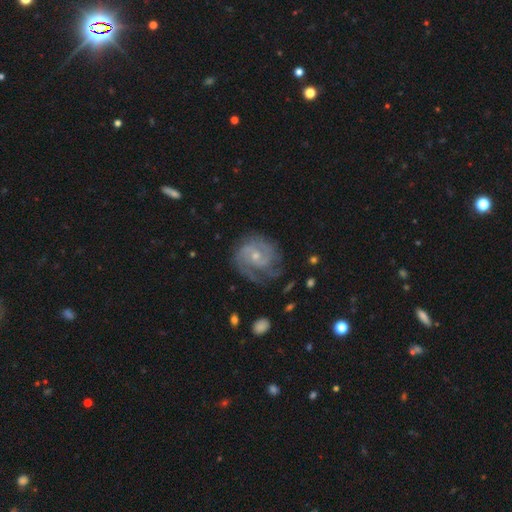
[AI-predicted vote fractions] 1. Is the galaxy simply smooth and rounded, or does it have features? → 85% featured or disk, 9% smooth, 5% star or artifact.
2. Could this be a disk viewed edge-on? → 98% no, 2% yes.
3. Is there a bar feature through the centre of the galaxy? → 62% no, 32% weak, 6% strong.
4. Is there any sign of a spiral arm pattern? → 95% yes, 5% no.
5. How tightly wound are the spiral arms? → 54% tight, 37% medium, 10% loose.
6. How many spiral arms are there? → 44% 2, 22% can't tell, 19% 3, 7% 1, 5% 4, 4% more than 4.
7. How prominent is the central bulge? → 59% small, 37% moderate, 2% none, 1% large, 1% dominant.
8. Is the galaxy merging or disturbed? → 64% none, 21% minor disturbance, 13% major disturbance, 2% merger.